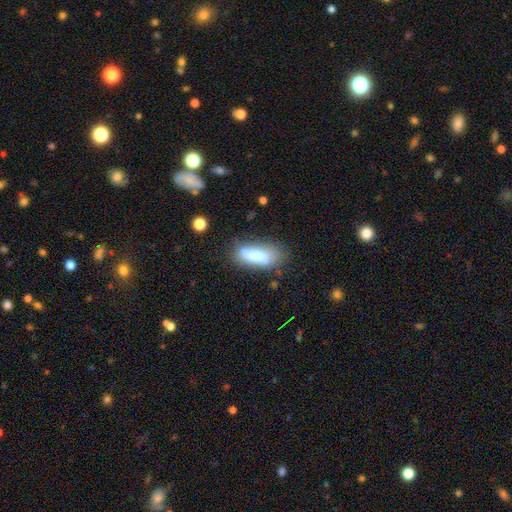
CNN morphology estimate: Smooth or featured? smooth (72%)
How rounded? in between (63%)
Merging? none (62%)